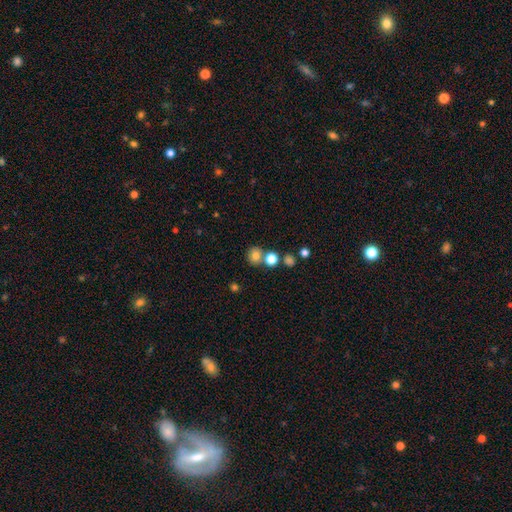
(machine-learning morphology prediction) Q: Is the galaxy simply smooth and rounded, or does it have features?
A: smooth — 77%.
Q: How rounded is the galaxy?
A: round — 84%.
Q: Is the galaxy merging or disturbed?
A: none — 65%.